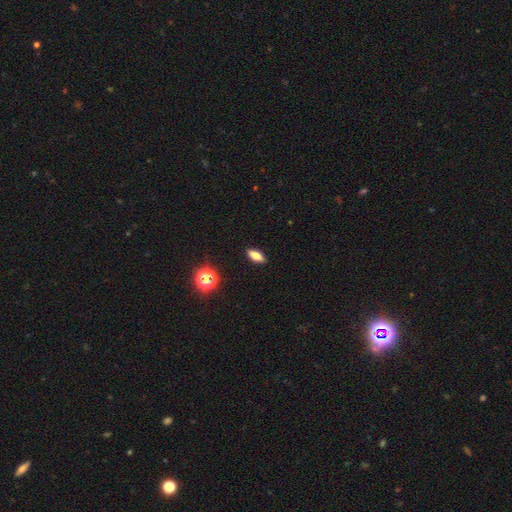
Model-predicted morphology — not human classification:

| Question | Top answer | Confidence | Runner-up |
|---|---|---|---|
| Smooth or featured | smooth | 69% | featured or disk (20%) |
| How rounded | in between | 71% | cigar-shaped (24%) |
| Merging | none | 89% | minor disturbance (8%) |